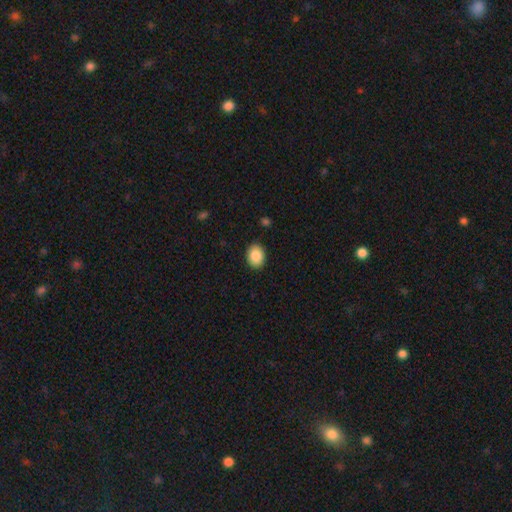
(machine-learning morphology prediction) The model was most divided on "how rounded": in between: 68%, round: 31%, cigar-shaped: 1%. More confident: merging — none (89%); smooth or featured — smooth (88%).